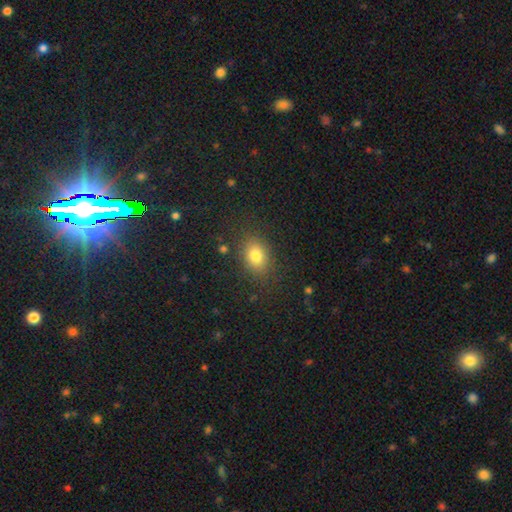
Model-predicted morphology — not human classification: Smooth or featured?
  - smooth: 79% *
  - star or artifact: 12%
  - featured or disk: 9%
How rounded?
  - in between: 65% *
  - round: 33%
  - cigar-shaped: 1%
Merging?
  - none: 83% *
  - minor disturbance: 11%
  - major disturbance: 4%
  - merger: 2%